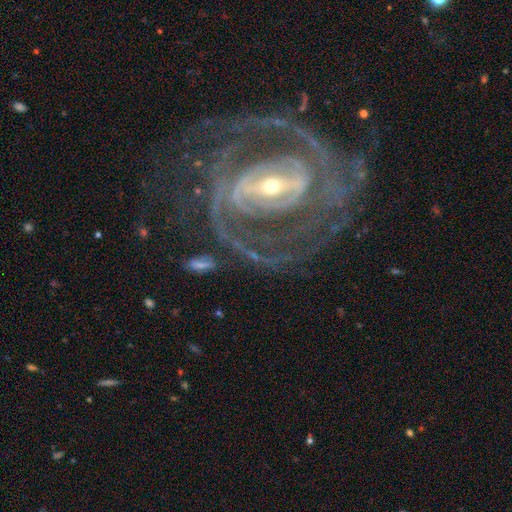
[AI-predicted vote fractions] Smooth or featured?
  - featured or disk: 90% *
  - star or artifact: 5%
  - smooth: 4%
Edge-on disk?
  - no: 96% *
  - yes: 4%
Bar?
  - strong: 67% *
  - weak: 24%
  - no: 9%
Spiral arms?
  - yes: 95% *
  - no: 5%
Spiral winding?
  - tight: 57% *
  - medium: 34%
  - loose: 9%
Spiral arm count?
  - 2: 47% *
  - can't tell: 17%
  - 3: 14%
  - 4: 9%
  - more than 4: 6%
  - 1: 6%
Bulge size?
  - small: 63% *
  - moderate: 31%
  - large: 3%
  - dominant: 1%
  - none: 1%
Merging?
  - none: 68% *
  - major disturbance: 15%
  - minor disturbance: 15%
  - merger: 2%